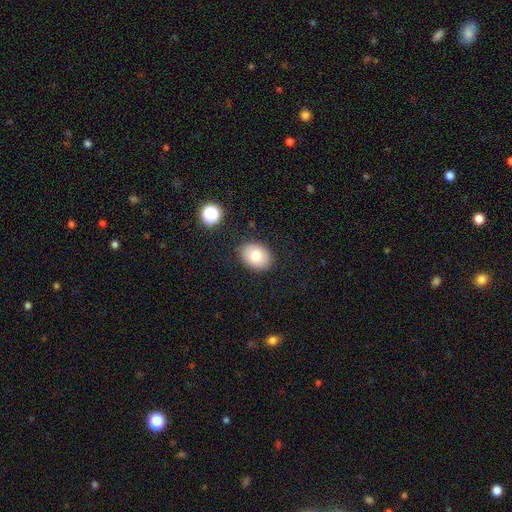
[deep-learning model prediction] Smooth or featured? smooth (78%)
How rounded? in between (66%)
Merging? none (87%)